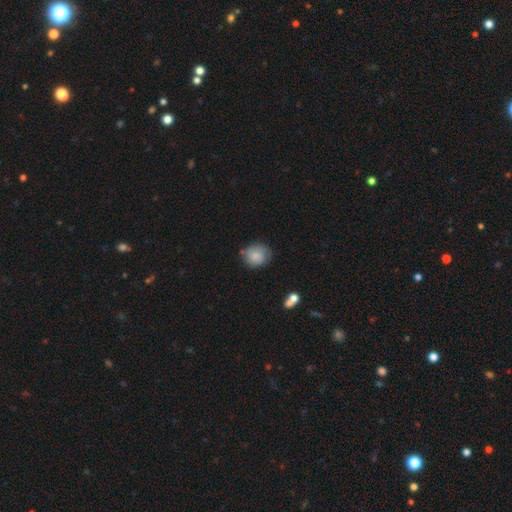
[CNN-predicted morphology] Smooth or featured?
  - smooth: 79% *
  - featured or disk: 14%
  - star or artifact: 8%
How rounded?
  - round: 78% *
  - in between: 21%
  - cigar-shaped: 1%
Merging?
  - none: 66% *
  - minor disturbance: 25%
  - major disturbance: 5%
  - merger: 4%